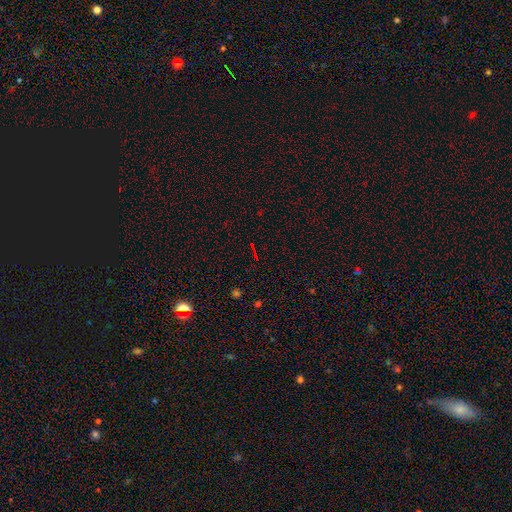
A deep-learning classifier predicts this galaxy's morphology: Smooth or featured? star or artifact (74%)